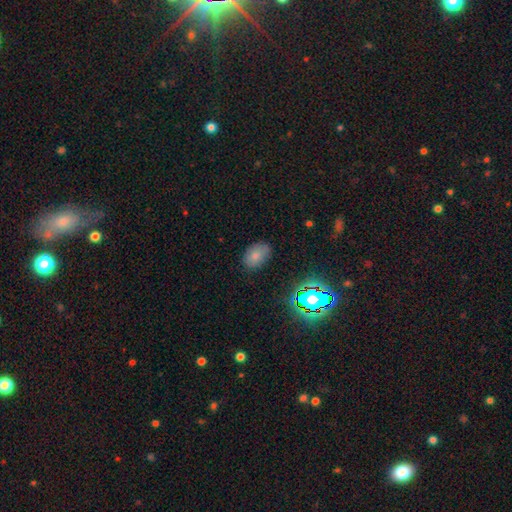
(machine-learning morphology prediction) This is likely a smooth galaxy (77%). How rounded: clearly in between (87%). Merging: clearly none (80%).